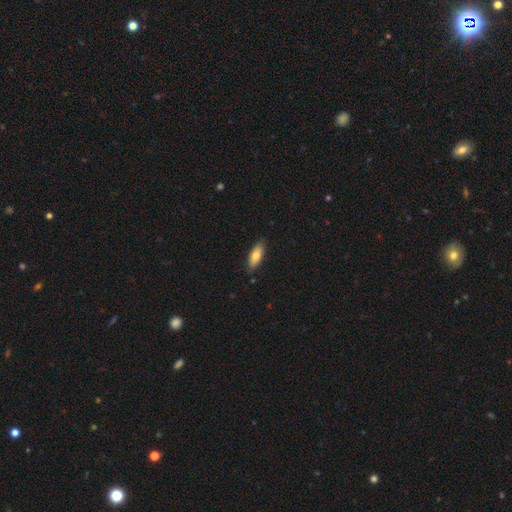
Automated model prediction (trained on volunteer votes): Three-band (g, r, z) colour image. It shows a smooth galaxy with no disk features (77%) that is in between round and cigar-shaped (73%). Merging: none (85%).